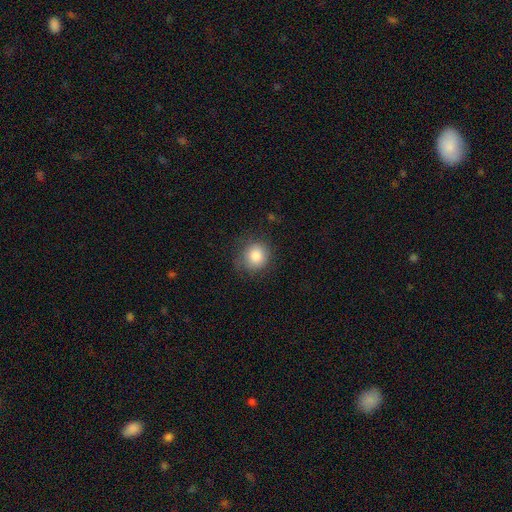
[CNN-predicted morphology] This appears to be a smooth galaxy with no disk features (84%) that is round (86%). Merging: none (74%).